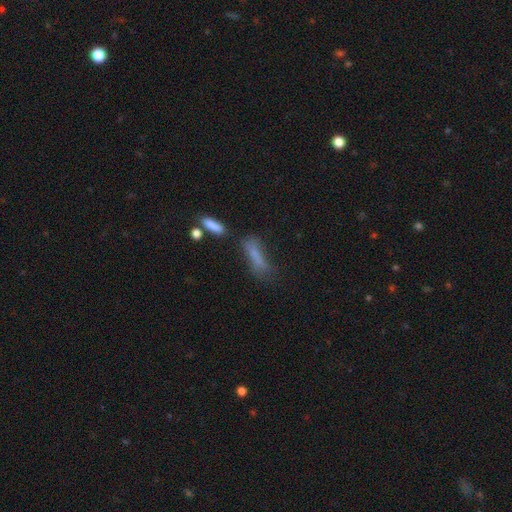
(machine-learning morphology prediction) A smooth galaxy with no disk features (67%) that is cigar-shaped (60%).

Vote fractions:
- Smooth or featured? smooth: 67% / featured or disk: 19% / star or artifact: 14%
- How rounded? cigar-shaped: 60% / in between: 37% / round: 3%
- Merging? none: 41% / minor disturbance: 23% / major disturbance: 20% / merger: 16%